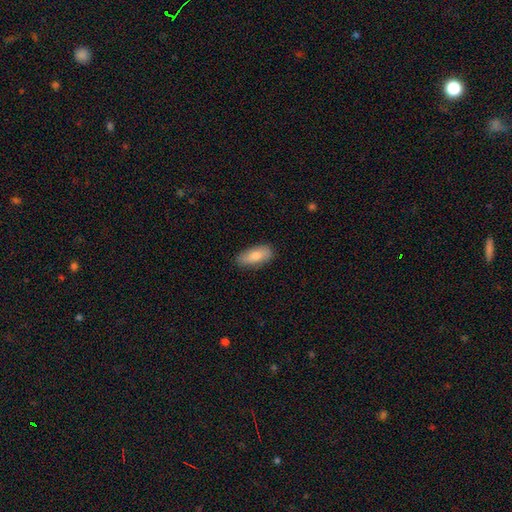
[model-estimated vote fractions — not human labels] A smooth galaxy with no disk features (81%) that is in between round and cigar-shaped (82%).

Vote fractions:
- Smooth or featured? smooth: 81% / featured or disk: 13% / star or artifact: 6%
- How rounded? in between: 82% / cigar-shaped: 16% / round: 2%
- Merging? none: 84% / minor disturbance: 13% / major disturbance: 2% / merger: 1%